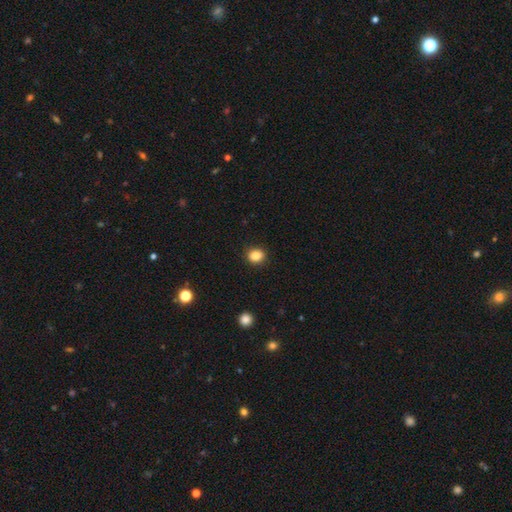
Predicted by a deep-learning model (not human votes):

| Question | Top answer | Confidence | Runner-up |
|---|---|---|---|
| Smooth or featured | smooth | 87% | star or artifact (10%) |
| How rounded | round | 63% | in between (36%) |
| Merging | none | 89% | minor disturbance (8%) |